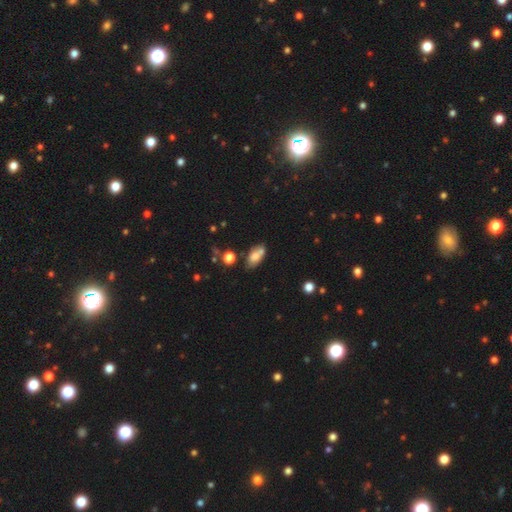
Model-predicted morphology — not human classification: smooth_or_featured: smooth (p=0.70) [alt: featured or disk p=0.20]
how_rounded: in between (p=0.85) [alt: cigar-shaped p=0.09]
merging: none (p=0.50) [alt: merger p=0.24]